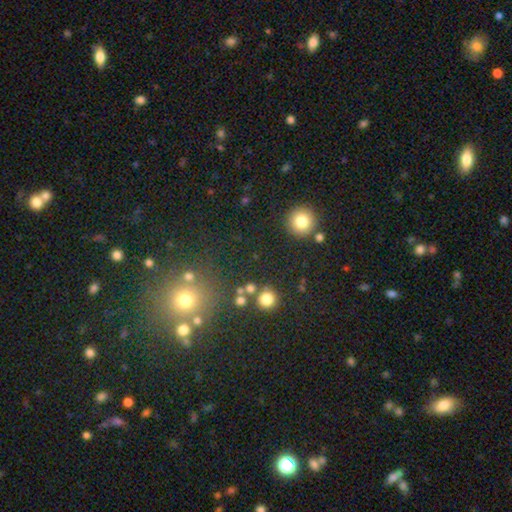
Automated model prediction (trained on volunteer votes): A smooth galaxy with no disk features (56%) that is round (91%). Merging: none (85%).